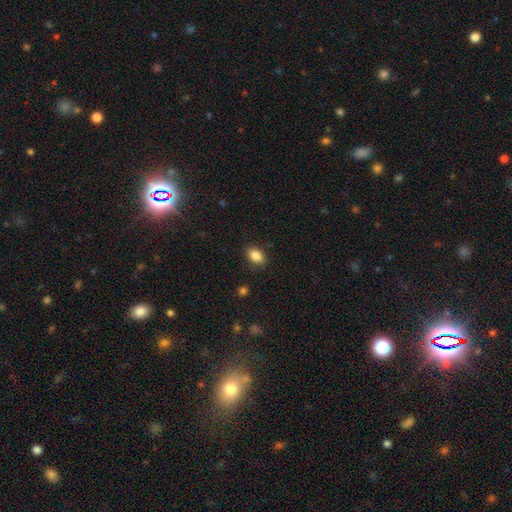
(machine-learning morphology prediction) The model was most divided on "how rounded": in between: 83%, round: 16%, cigar-shaped: 2%. More confident: smooth or featured — smooth (86%); merging — none (85%).